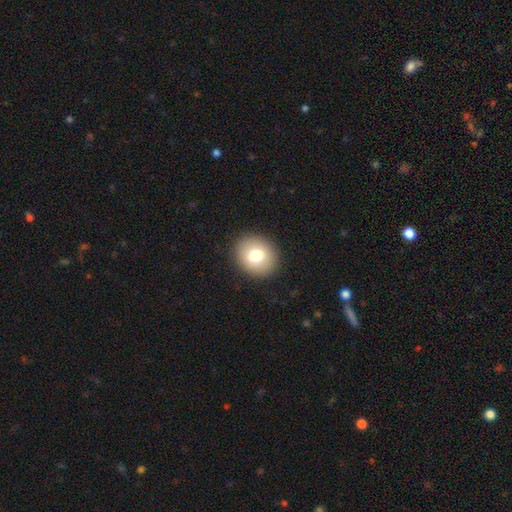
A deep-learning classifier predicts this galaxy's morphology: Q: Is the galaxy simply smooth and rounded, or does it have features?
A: smooth — 78%.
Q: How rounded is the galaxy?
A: round — 70%.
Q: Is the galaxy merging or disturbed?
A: none — 91%.